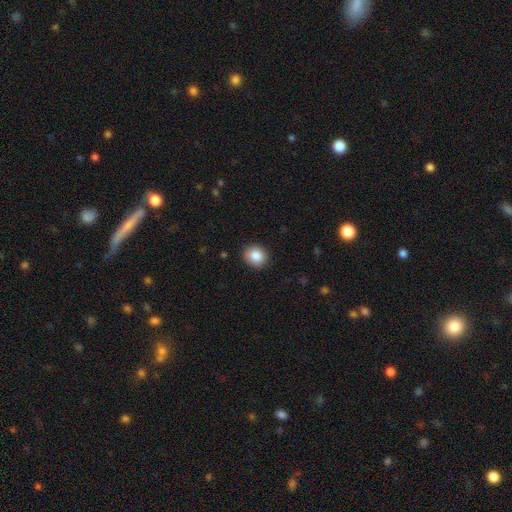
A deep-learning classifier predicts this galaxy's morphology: Smooth or featured? smooth (86%)
How rounded? round (73%)
Merging? none (90%)